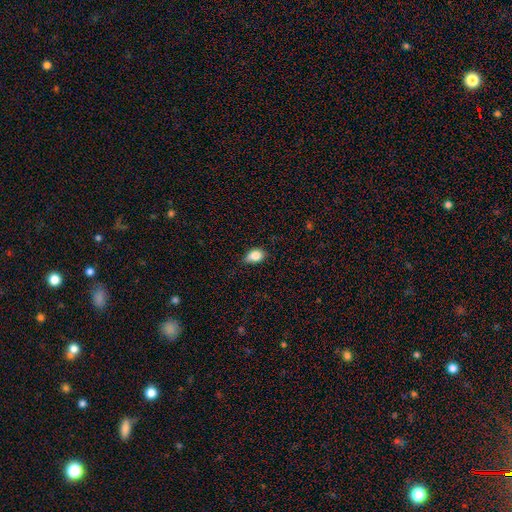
Smooth or featured: smooth — 84% (featured or disk — 11%)
How rounded: in between — 74% (round — 26%)
Merging: none — 69% (minor disturbance — 31%)